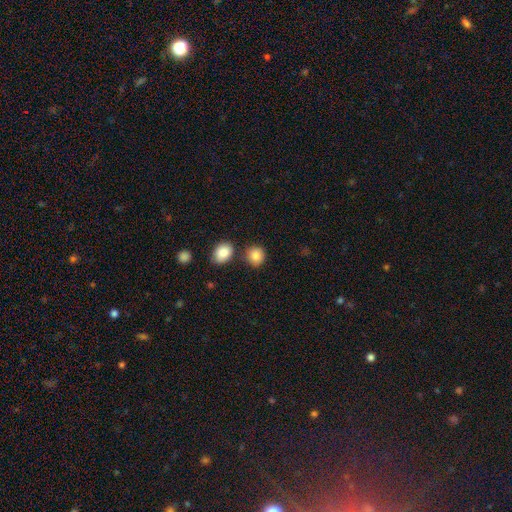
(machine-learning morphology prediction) Q: Smooth or featured?
A: smooth (86%); runner-up: star or artifact (9%)
Q: How rounded?
A: round (82%); runner-up: in between (17%)
Q: Merging?
A: none (77%); runner-up: merger (11%)